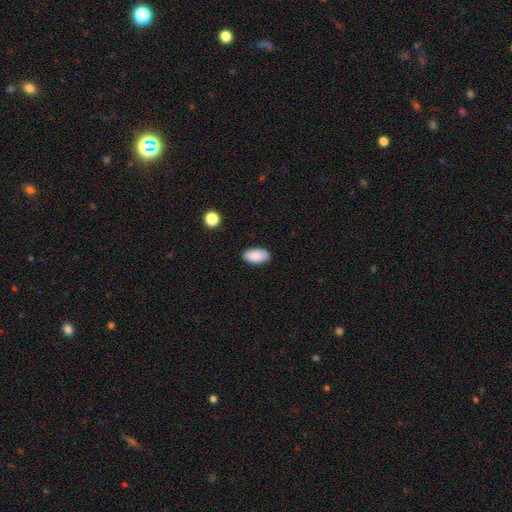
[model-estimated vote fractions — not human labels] This is clearly a smooth galaxy (88%). How rounded: clearly in between (95%). Merging: clearly none (86%).